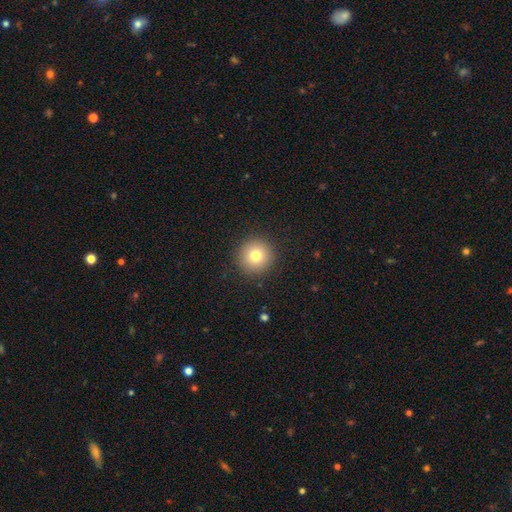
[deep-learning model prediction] This is likely a smooth galaxy (78%). How rounded: clearly round (96%). Merging: clearly none (92%).